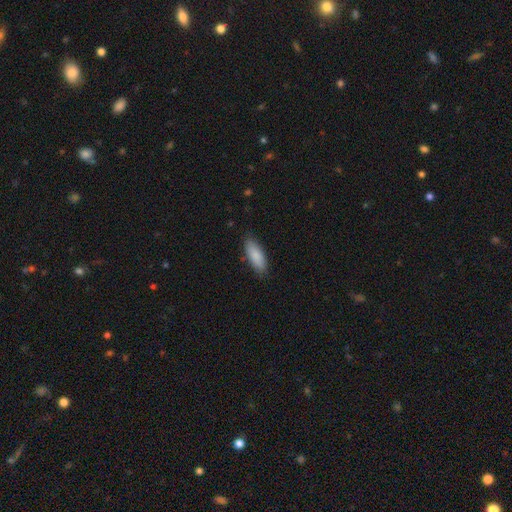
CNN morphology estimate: Overall: smooth (87%). How rounded: in between (71%). Merging: none (82%).